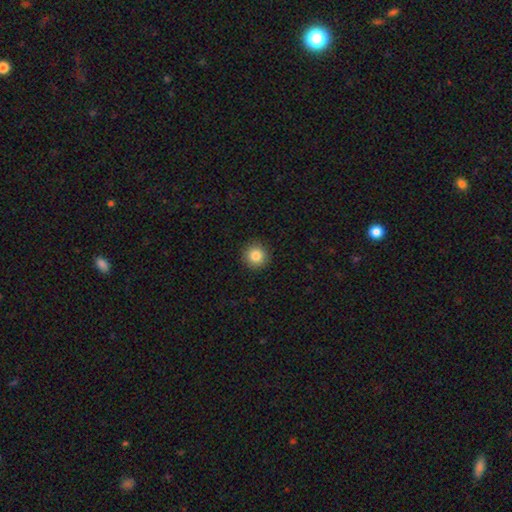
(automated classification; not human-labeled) Overall: smooth (84%). How rounded: round (95%). Merging: none (92%).